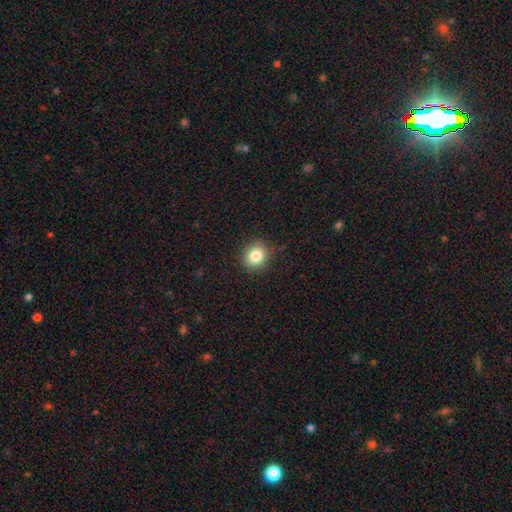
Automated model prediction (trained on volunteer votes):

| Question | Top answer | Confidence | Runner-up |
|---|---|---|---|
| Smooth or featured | smooth | 83% | star or artifact (11%) |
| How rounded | round | 74% | in between (25%) |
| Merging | none | 87% | minor disturbance (10%) |